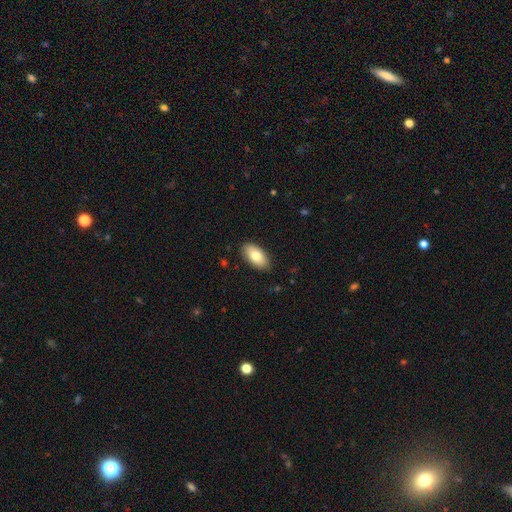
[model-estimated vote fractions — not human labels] This appears to be a smooth galaxy with no disk features (80%) that is in between round and cigar-shaped (94%). Merging: none (87%).